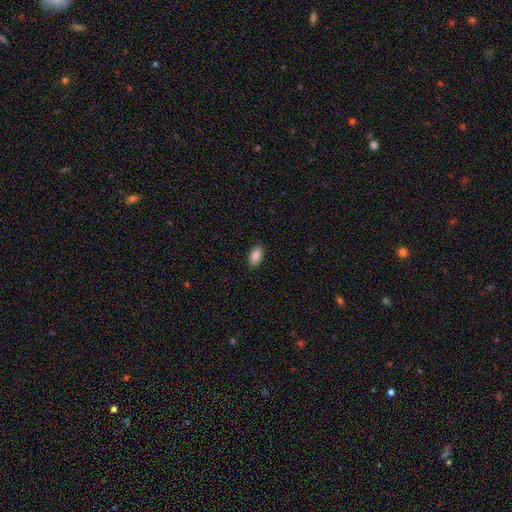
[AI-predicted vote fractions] This appears to be a smooth galaxy with no disk features (84%) that is in between round and cigar-shaped (93%). Merging: none (89%).